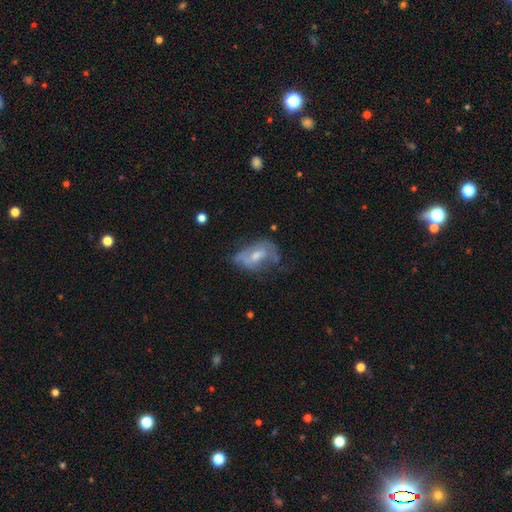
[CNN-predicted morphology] This appears to be a featured or disk galaxy (57%) with no bar (52%), no spiral arms (52%) and a moderate central bulge (54%). Merging: none (38%).